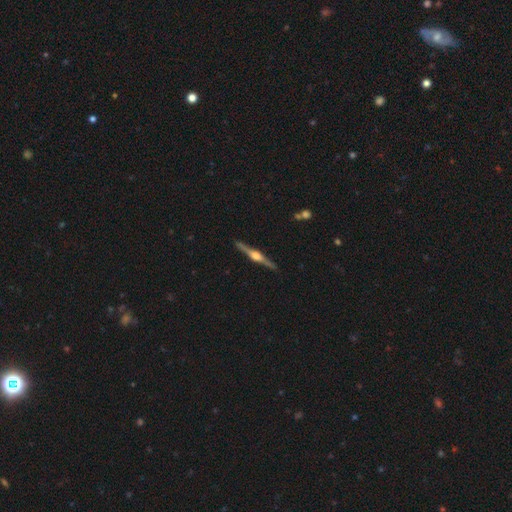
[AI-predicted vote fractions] Morphology: type=featured or disk (86%); edge-on=yes (99%); edge-on bulge=rounded (92%); merging=none (92%).